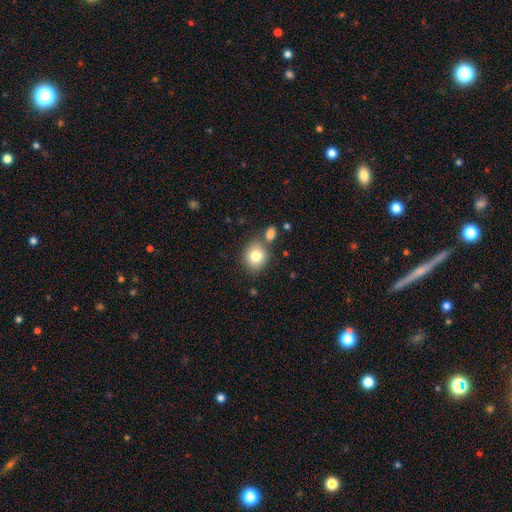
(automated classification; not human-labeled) Smooth or featured? Predicted: smooth (p=0.81). How rounded? Predicted: round (p=0.78). Merging? Predicted: none (p=0.67).